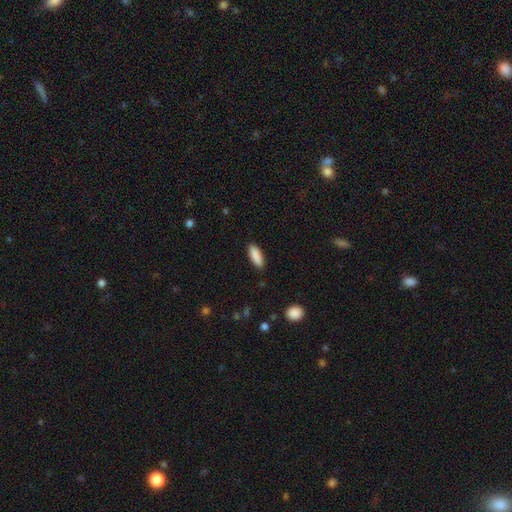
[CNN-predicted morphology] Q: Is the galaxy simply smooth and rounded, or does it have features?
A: smooth — 89%.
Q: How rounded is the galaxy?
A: in between — 60%.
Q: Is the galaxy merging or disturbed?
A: none — 88%.